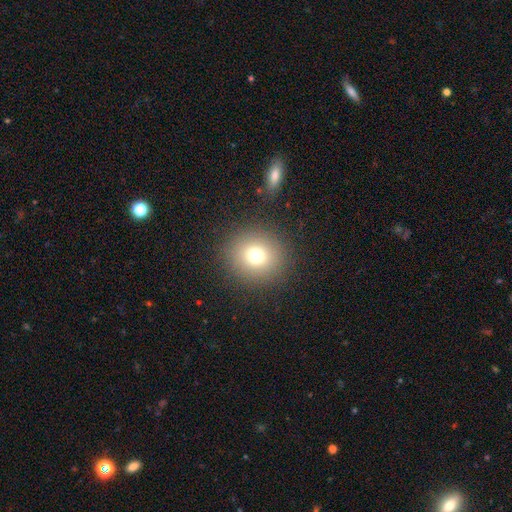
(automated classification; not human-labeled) Smooth or featured? smooth (73%)
How rounded? round (90%)
Merging? none (89%)